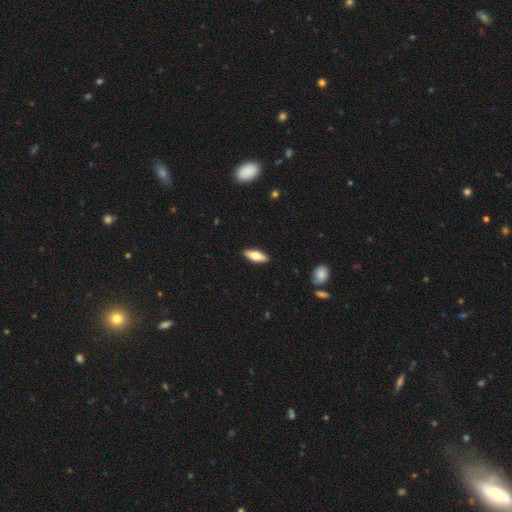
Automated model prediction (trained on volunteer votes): The model was most divided on "how rounded": in between: 65%, cigar-shaped: 33%, round: 2%. More confident: merging — none (90%); smooth or featured — smooth (66%).